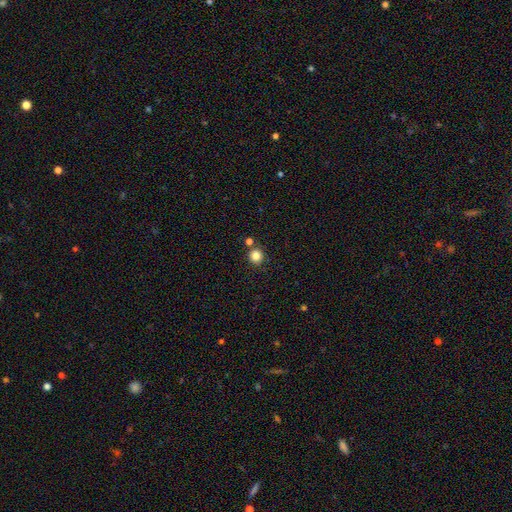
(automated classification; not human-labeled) Smooth or featured: smooth — 83% (star or artifact — 12%)
How rounded: round — 92% (in between — 7%)
Merging: none — 81% (merger — 9%)